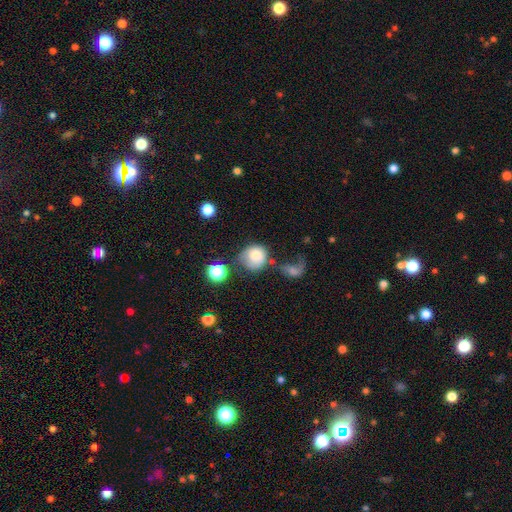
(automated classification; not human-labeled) Q: Smooth or featured?
A: smooth (77%); runner-up: featured or disk (14%)
Q: How rounded?
A: round (83%); runner-up: in between (16%)
Q: Merging?
A: none (36%); runner-up: major disturbance (23%)